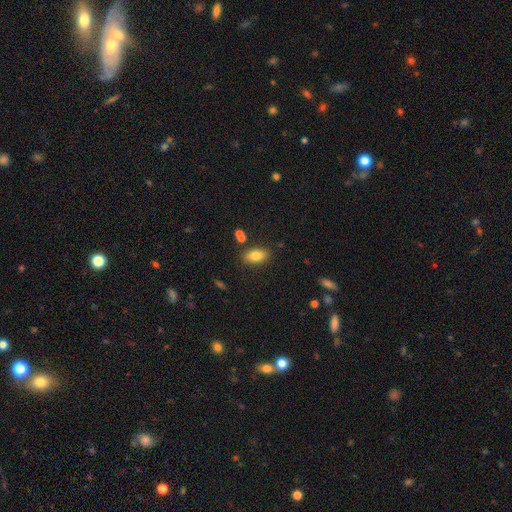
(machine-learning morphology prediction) Q: Smooth or featured?
A: smooth (81%); runner-up: featured or disk (10%)
Q: How rounded?
A: in between (89%); runner-up: cigar-shaped (6%)
Q: Merging?
A: none (81%); runner-up: minor disturbance (11%)